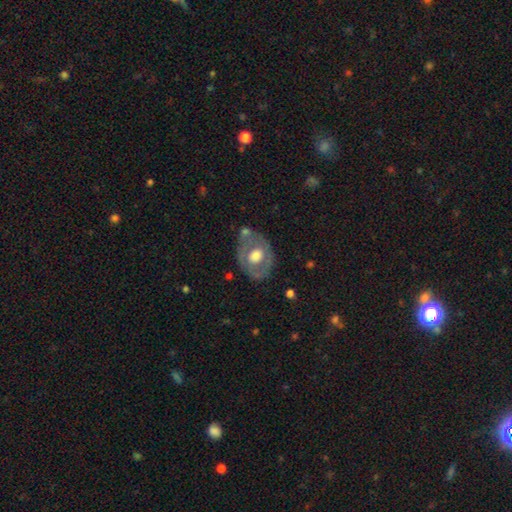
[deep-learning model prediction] featured or disk 51%, smooth 43%, star or artifact 6%. Down the decision tree: edge-on disk — no (93%); merging — none (63%).